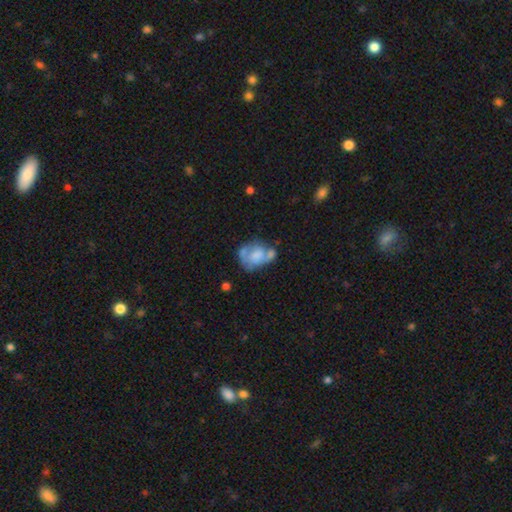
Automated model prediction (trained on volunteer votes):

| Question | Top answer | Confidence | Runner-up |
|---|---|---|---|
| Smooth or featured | featured or disk | 55% | smooth (37%) |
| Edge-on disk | no | 98% | yes (2%) |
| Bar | no | 79% | weak (17%) |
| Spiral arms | no | 54% | yes (46%) |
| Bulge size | none | 38% | moderate (25%) |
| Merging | none | 32% | minor disturbance (24%) |